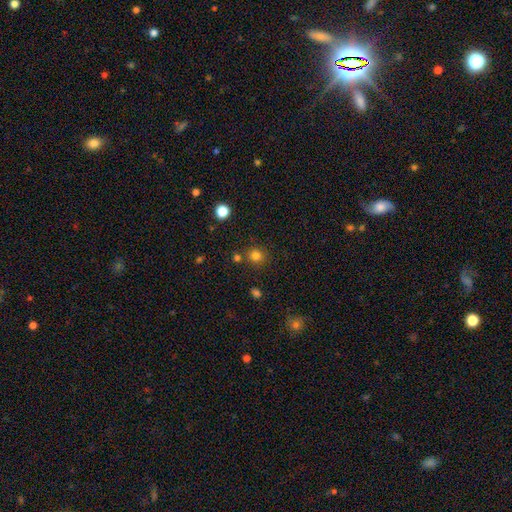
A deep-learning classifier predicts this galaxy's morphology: Q: Smooth or featured?
A: smooth (79%); runner-up: star or artifact (15%)
Q: How rounded?
A: round (90%); runner-up: in between (9%)
Q: Merging?
A: none (81%); runner-up: minor disturbance (8%)